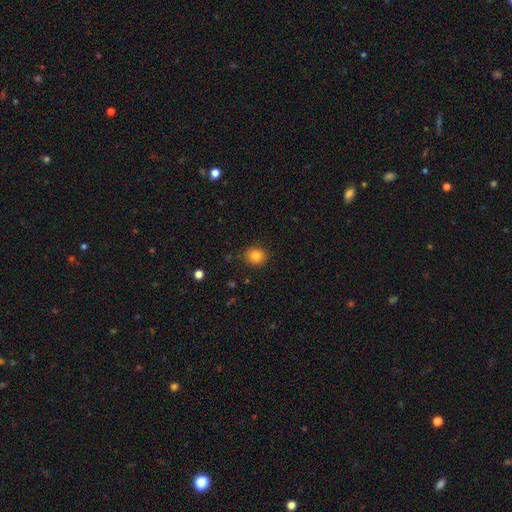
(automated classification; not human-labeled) Smooth or featured: smooth — 83% (star or artifact — 11%)
How rounded: round — 79% (in between — 20%)
Merging: none — 89% (minor disturbance — 8%)